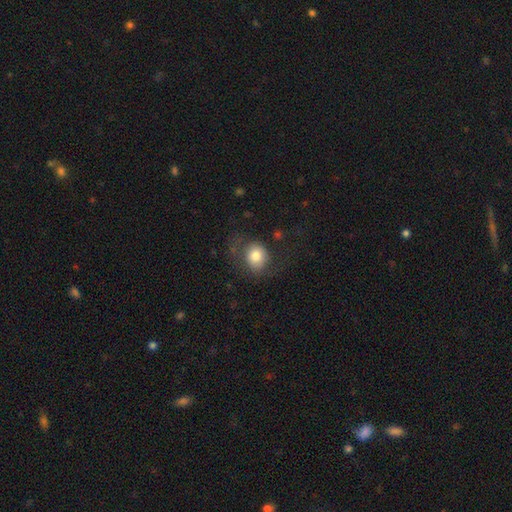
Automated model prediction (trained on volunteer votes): smooth-or-featured: smooth: 74% | featured or disk: 17% | star or artifact: 9%
  how-rounded: round: 67% | in between: 32% | cigar-shaped: 1%
  merging: none: 60% | minor disturbance: 19% | major disturbance: 19% | merger: 2%